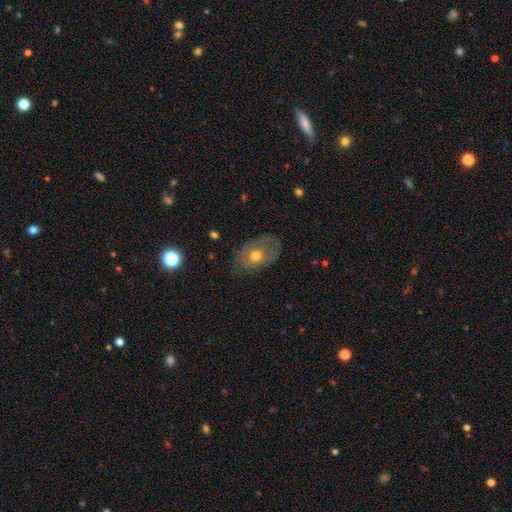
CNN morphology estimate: smooth_or_featured: smooth (p=0.51) [alt: featured or disk p=0.41]
how_rounded: in between (p=0.82) [alt: round p=0.17]
merging: none (p=0.69) [alt: minor disturbance p=0.21]